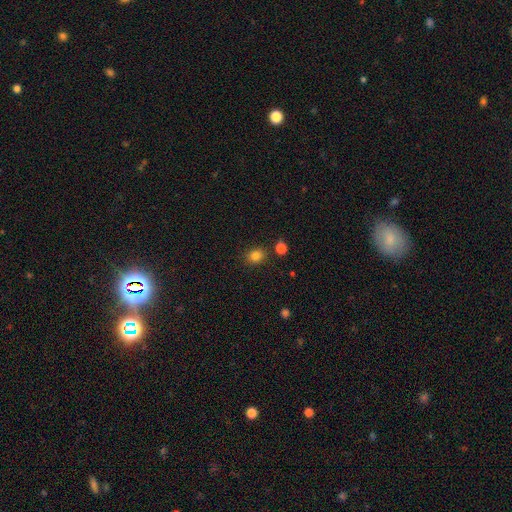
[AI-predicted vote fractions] Smooth or featured: smooth — 83% (star or artifact — 13%)
How rounded: round — 63% (in between — 36%)
Merging: none — 82% (minor disturbance — 10%)